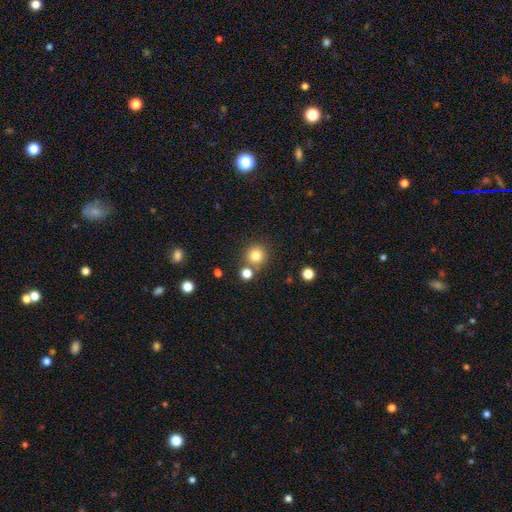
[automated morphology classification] The model was most divided on "merging": none: 76%, merger: 13%, minor disturbance: 8%, major disturbance: 3%. More confident: how rounded — round (93%); smooth or featured — smooth (81%).